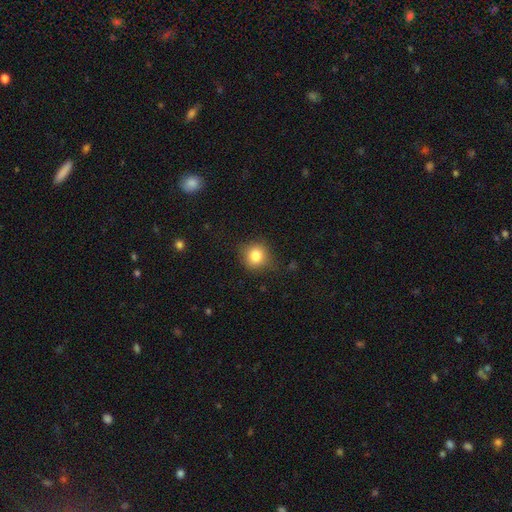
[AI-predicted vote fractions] Smooth or featured?
  - smooth: 81% *
  - star or artifact: 11%
  - featured or disk: 8%
How rounded?
  - round: 83% *
  - in between: 16%
  - cigar-shaped: 1%
Merging?
  - none: 79% *
  - minor disturbance: 15%
  - major disturbance: 4%
  - merger: 1%